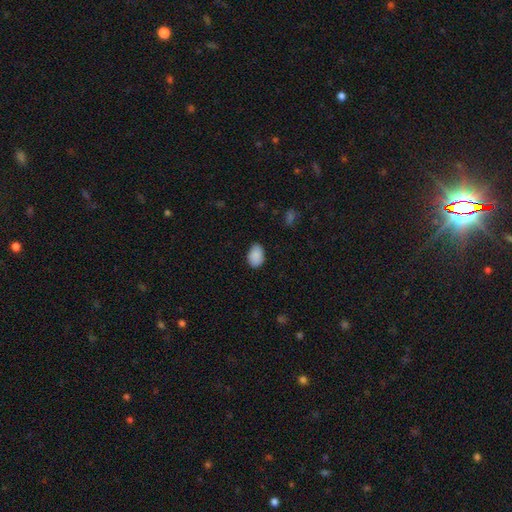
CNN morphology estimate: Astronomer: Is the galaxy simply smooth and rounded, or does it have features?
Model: smooth — 89%.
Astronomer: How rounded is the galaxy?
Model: in between — 86%.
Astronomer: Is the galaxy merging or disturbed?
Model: none — 75%.